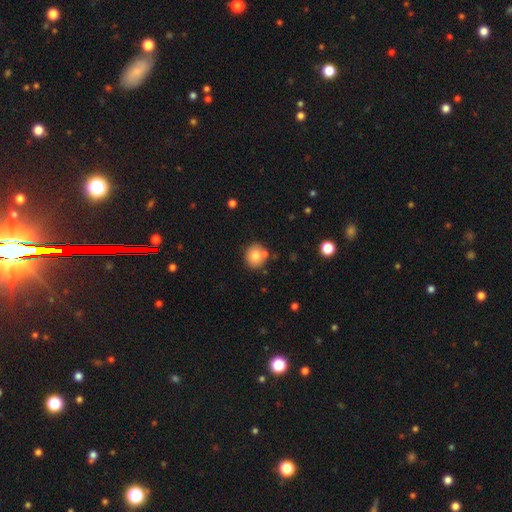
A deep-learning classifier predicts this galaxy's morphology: Smooth or featured? Predicted: smooth (p=0.79). How rounded? Predicted: round (p=0.85). Merging? Predicted: none (p=0.73).